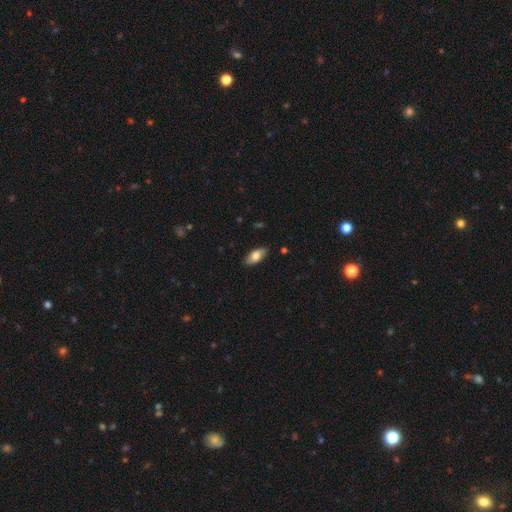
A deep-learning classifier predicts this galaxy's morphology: smooth_or_featured: smooth (p=0.77) [alt: featured or disk p=0.17]
how_rounded: in between (p=0.89) [alt: cigar-shaped p=0.08]
merging: none (p=0.86) [alt: minor disturbance p=0.11]